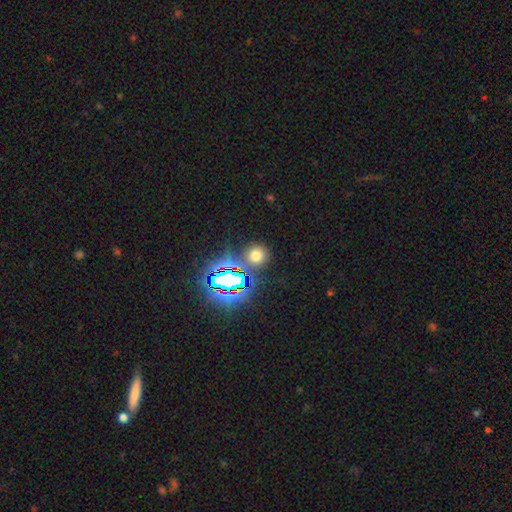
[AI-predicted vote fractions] smooth_or_featured: smooth (p=0.60) [alt: star or artifact p=0.32]
how_rounded: round (p=0.87) [alt: in between p=0.12]
merging: none (p=0.80) [alt: minor disturbance p=0.09]